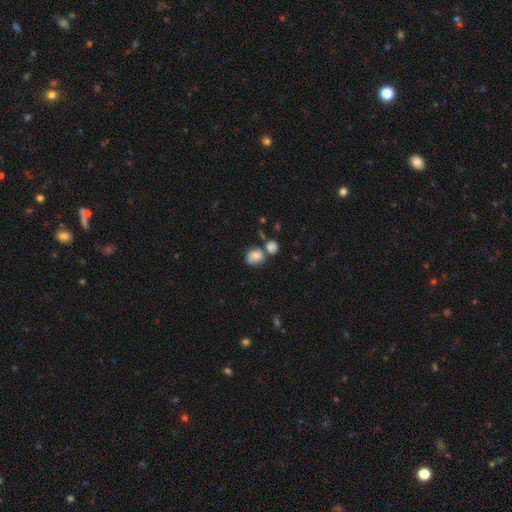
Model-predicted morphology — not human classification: Smooth or featured? smooth (79%)
How rounded? round (57%)
Merging? none (46%)